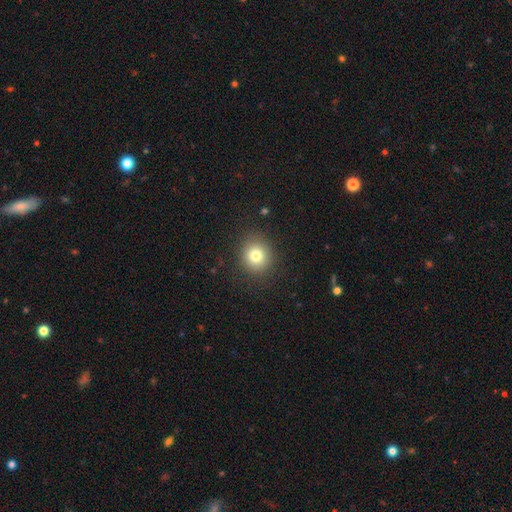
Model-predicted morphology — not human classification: A smooth galaxy with no disk features (79%) that is round (86%).

Vote fractions:
- Smooth or featured? smooth: 79% / star or artifact: 12% / featured or disk: 9%
- How rounded? round: 86% / in between: 13% / cigar-shaped: 1%
- Merging? none: 88% / minor disturbance: 8% / major disturbance: 3% / merger: 1%